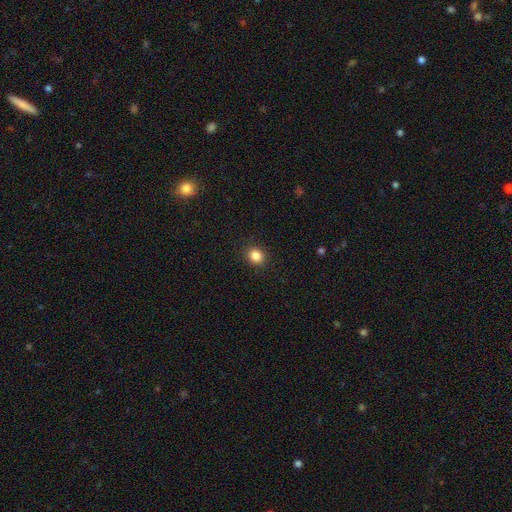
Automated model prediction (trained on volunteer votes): Morphology: type=smooth (85%); roundness=round (75%); merging=none (91%).